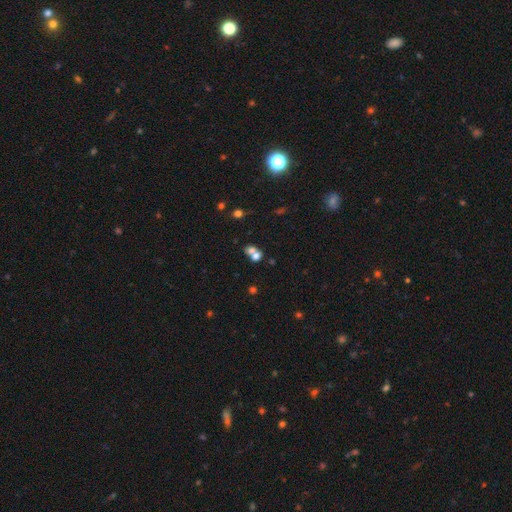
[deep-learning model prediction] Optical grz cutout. It shows a smooth galaxy with no disk features (66%) that is round (58%). Merging: merger (59%).